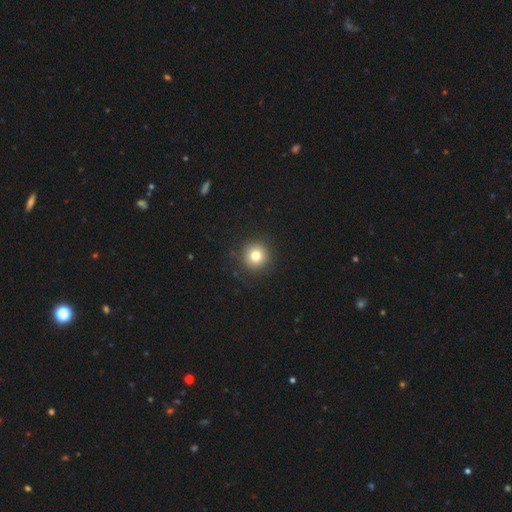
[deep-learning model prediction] Q: Smooth or featured?
A: smooth (79%); runner-up: star or artifact (12%)
Q: How rounded?
A: round (95%); runner-up: in between (4%)
Q: Merging?
A: none (90%); runner-up: minor disturbance (7%)